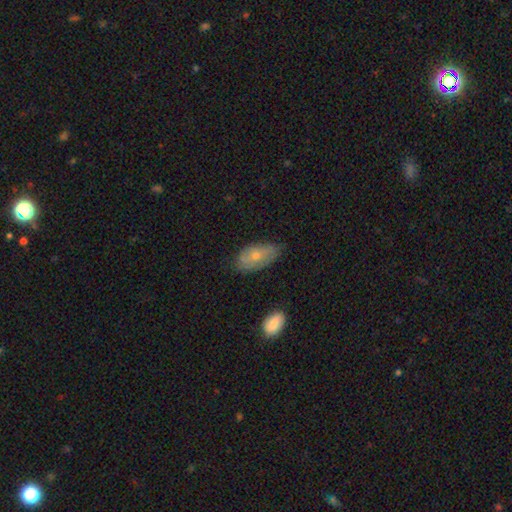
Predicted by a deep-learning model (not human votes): smooth_or_featured: smooth (p=0.65) [alt: featured or disk p=0.28]
how_rounded: in between (p=0.91) [alt: cigar-shaped p=0.04]
merging: none (p=0.69) [alt: minor disturbance p=0.25]